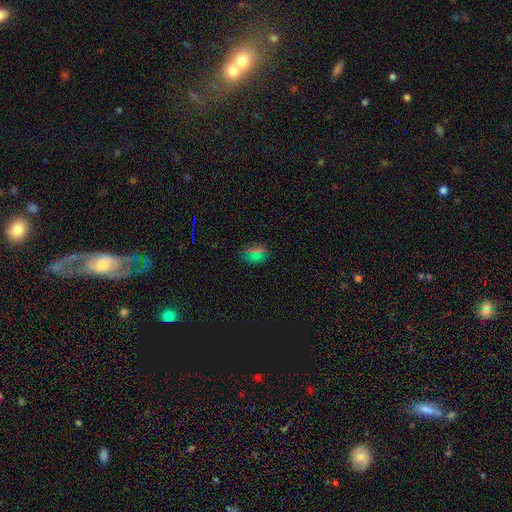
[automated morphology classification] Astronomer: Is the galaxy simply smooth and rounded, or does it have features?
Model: smooth — 61%.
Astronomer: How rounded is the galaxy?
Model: in between — 63%.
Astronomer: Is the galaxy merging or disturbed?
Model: none — 84%.